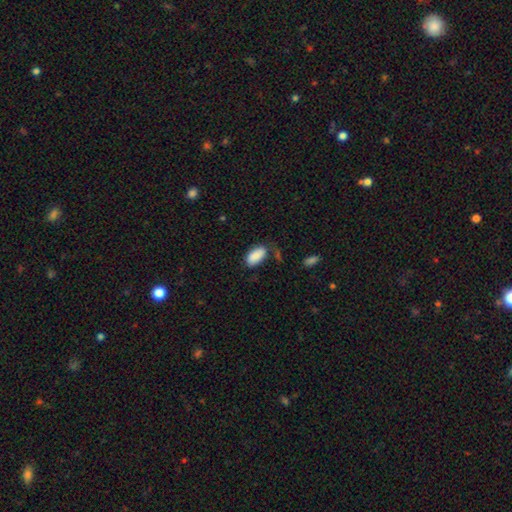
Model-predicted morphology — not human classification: The model was most divided on "merging": none: 67%, minor disturbance: 22%, major disturbance: 7%, merger: 5%. More confident: how rounded — in between (95%); smooth or featured — smooth (88%).